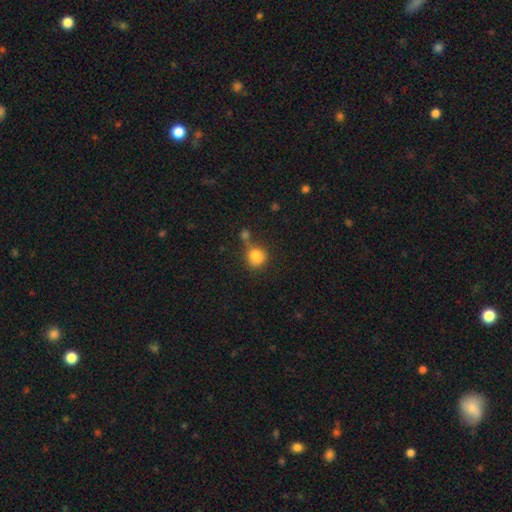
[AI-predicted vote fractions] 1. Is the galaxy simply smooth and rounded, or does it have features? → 82% smooth, 11% star or artifact, 8% featured or disk.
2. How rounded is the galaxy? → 85% round, 14% in between, 1% cigar-shaped.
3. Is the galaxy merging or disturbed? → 56% none, 21% merger, 17% minor disturbance, 6% major disturbance.